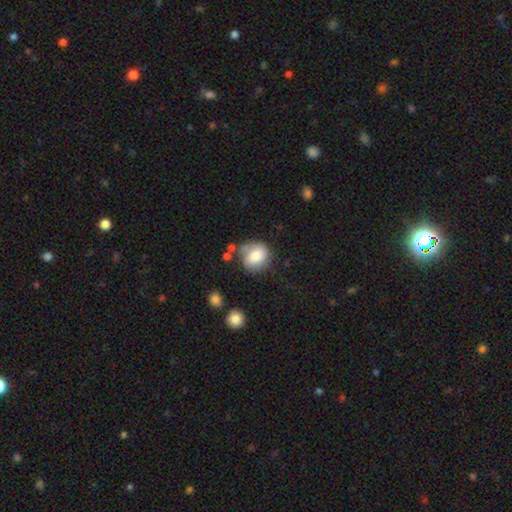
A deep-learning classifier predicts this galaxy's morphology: This appears to be a smooth galaxy with no disk features (76%) that is round (78%). Merging: none (62%).